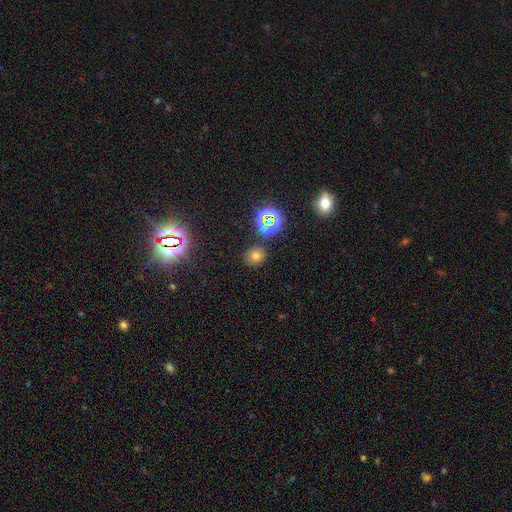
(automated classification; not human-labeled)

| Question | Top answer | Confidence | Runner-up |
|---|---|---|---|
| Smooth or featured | smooth | 66% | star or artifact (25%) |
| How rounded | round | 79% | in between (20%) |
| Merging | none | 84% | minor disturbance (9%) |